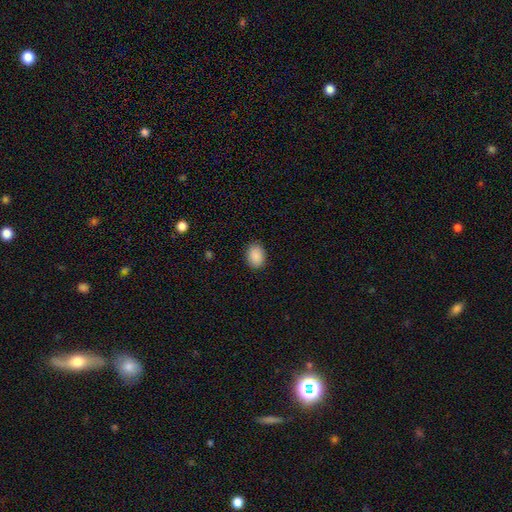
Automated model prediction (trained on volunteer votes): This appears to be a smooth galaxy with no disk features (90%) that is in between round and cigar-shaped (74%). Merging: none (88%).